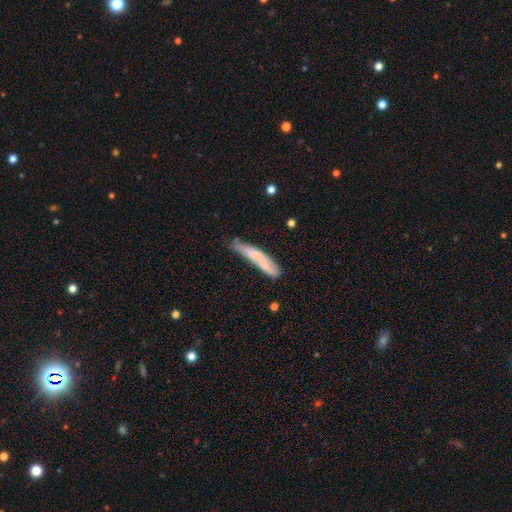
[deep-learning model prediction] Q: Smooth or featured?
A: smooth (58%); runner-up: featured or disk (36%)
Q: How rounded?
A: cigar-shaped (86%); runner-up: in between (13%)
Q: Merging?
A: none (52%); runner-up: minor disturbance (30%)